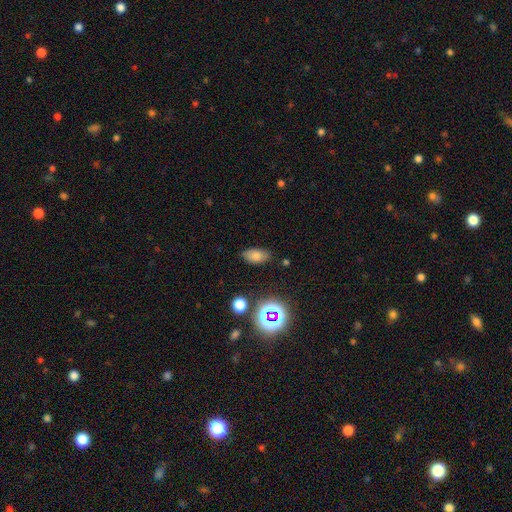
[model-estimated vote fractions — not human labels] This appears to be a smooth galaxy with no disk features (75%) that is in between round and cigar-shaped (90%). Merging: none (81%).